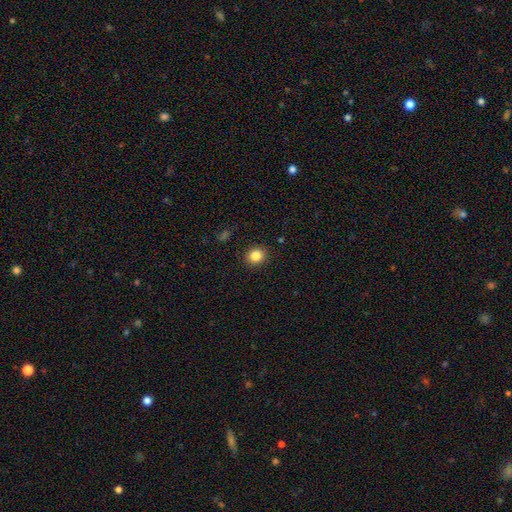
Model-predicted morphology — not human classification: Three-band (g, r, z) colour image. It shows a smooth galaxy with no disk features (84%) that is round (77%). Merging: none (91%).